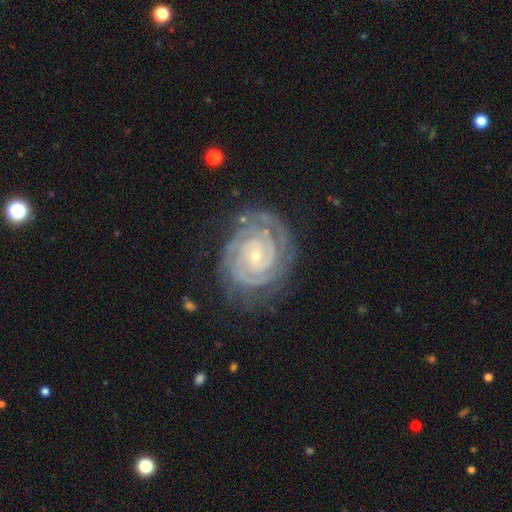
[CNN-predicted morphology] This is clearly a featured or disk galaxy (92%). It is clearly not viewed edge-on (98%). Bar: likely no (63%). Spiral arm pattern: clearly yes (99%). Spiral arm count: possibly 2 (55%). Spiral winding: clearly tight (85%). Central bulge: clearly small (81%). Merging: likely none (78%).